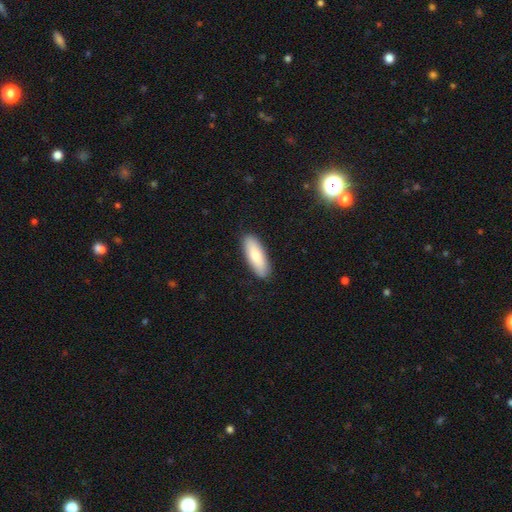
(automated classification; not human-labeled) A smooth galaxy with no disk features (81%) that is in between round and cigar-shaped (59%).

Vote fractions:
- Smooth or featured? smooth: 81% / featured or disk: 13% / star or artifact: 5%
- How rounded? in between: 59% / cigar-shaped: 39% / round: 2%
- Merging? none: 89% / minor disturbance: 9% / major disturbance: 2% / merger: 1%